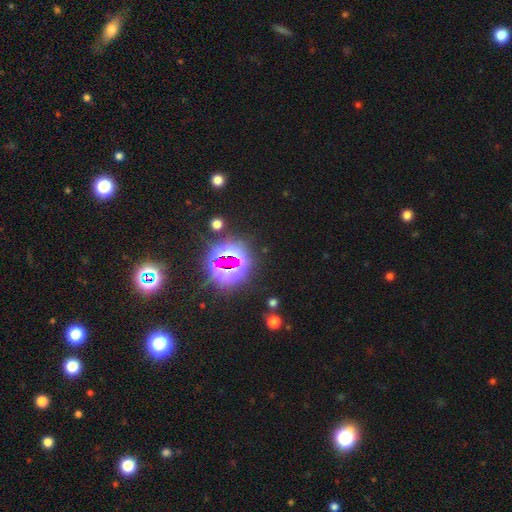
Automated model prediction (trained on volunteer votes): Overall: star or artifact (81%).